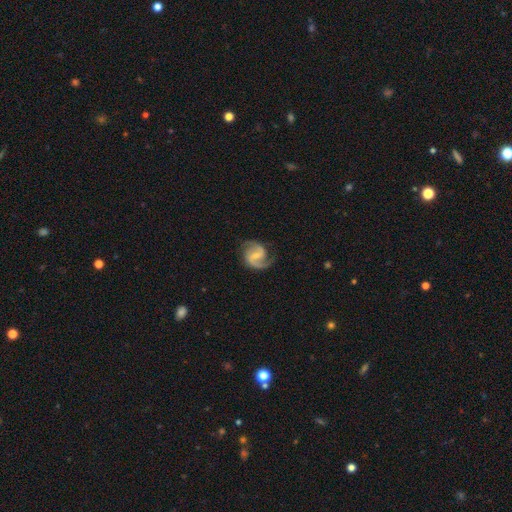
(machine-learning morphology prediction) Overall: featured or disk (90%). Edge-on disk: no (98%). Bar: weak (54%; strong 24%). Spiral arms: yes (98%). Spiral arm count: 2 (91%). Spiral winding: medium (57%; tight 22%). Bulge size: small (56%; moderate 32%). Merging: none (78%).